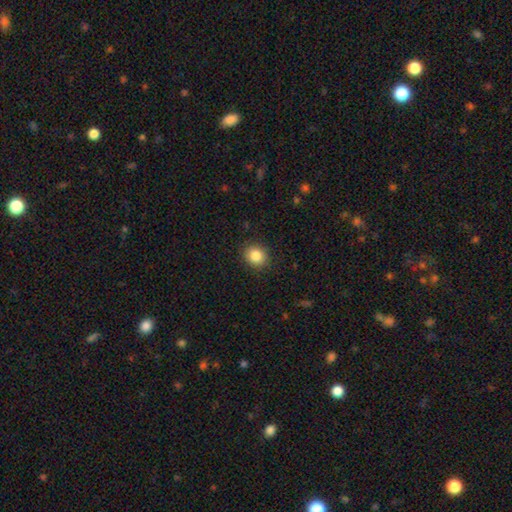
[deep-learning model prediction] Smooth or featured? Predicted: smooth (p=0.86). How rounded? Predicted: round (p=0.75). Merging? Predicted: none (p=0.89).